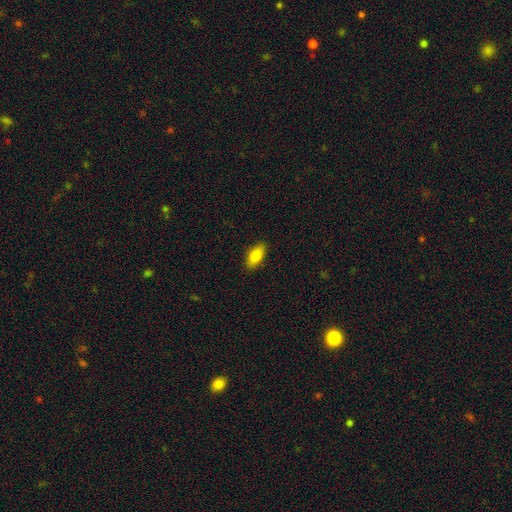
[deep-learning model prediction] Morphology: type=smooth (82%); roundness=in between (88%); merging=none (88%).